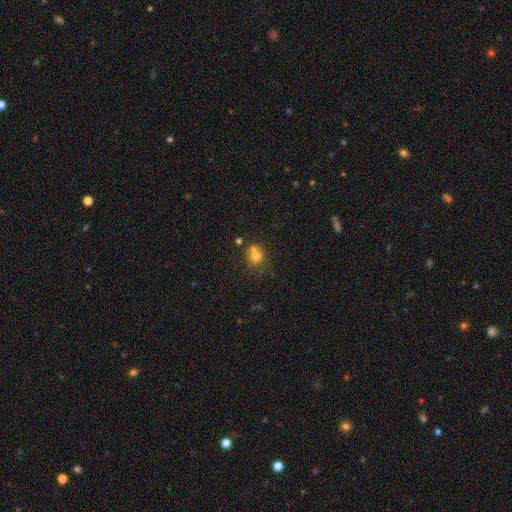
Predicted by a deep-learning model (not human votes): Smooth or featured? Predicted: smooth (p=0.71). How rounded? Predicted: round (p=0.86). Merging? Predicted: none (p=0.47).